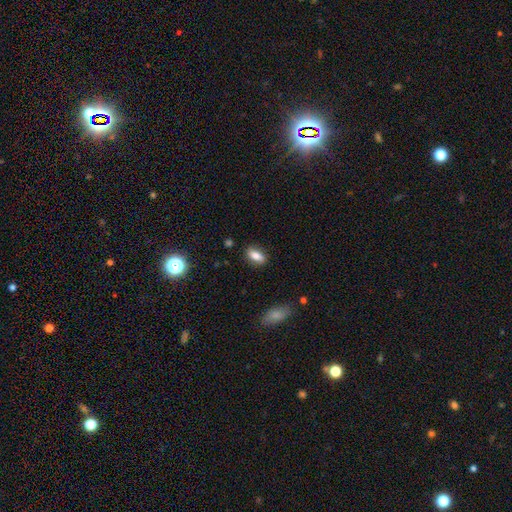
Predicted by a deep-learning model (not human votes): Overall: smooth (78%). How rounded: in between (84%). Merging: none (84%).